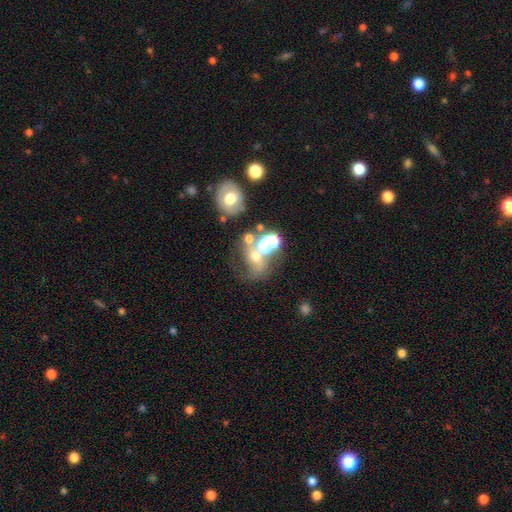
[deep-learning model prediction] A smooth galaxy with no disk features (40%).

Vote fractions:
- Smooth or featured? smooth: 40% / featured or disk: 36% / star or artifact: 24%
- Merging? merger: 49% / none: 23% / major disturbance: 18% / minor disturbance: 10%